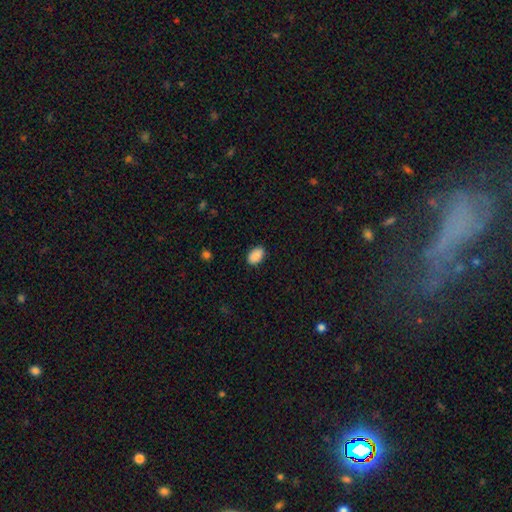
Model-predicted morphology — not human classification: This appears to be a smooth galaxy with no disk features (90%) that is in between round and cigar-shaped (90%). Merging: none (87%).